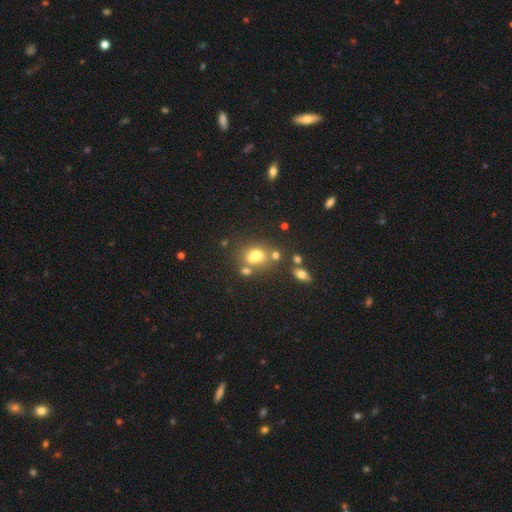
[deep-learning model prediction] A smooth galaxy with no disk features (67%) that is round (56%).

Vote fractions:
- Smooth or featured? smooth: 67% / star or artifact: 17% / featured or disk: 16%
- How rounded? round: 56% / in between: 43% / cigar-shaped: 1%
- Merging? none: 47% / merger: 33% / minor disturbance: 13% / major disturbance: 6%